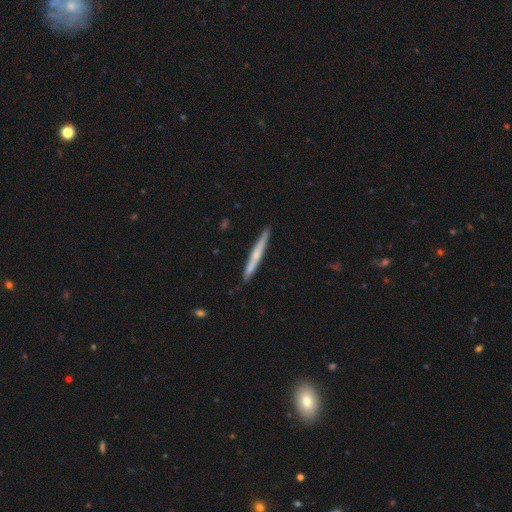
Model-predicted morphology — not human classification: Smooth or featured? featured or disk (49%)
Merging? none (89%)